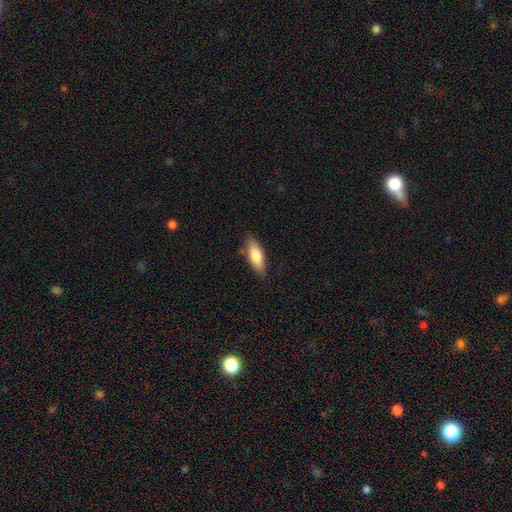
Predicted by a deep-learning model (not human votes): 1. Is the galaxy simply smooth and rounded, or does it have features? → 78% smooth, 16% featured or disk, 6% star or artifact.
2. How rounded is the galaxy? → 64% in between, 34% cigar-shaped, 2% round.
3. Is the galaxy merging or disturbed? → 83% none, 13% minor disturbance, 2% major disturbance, 2% merger.